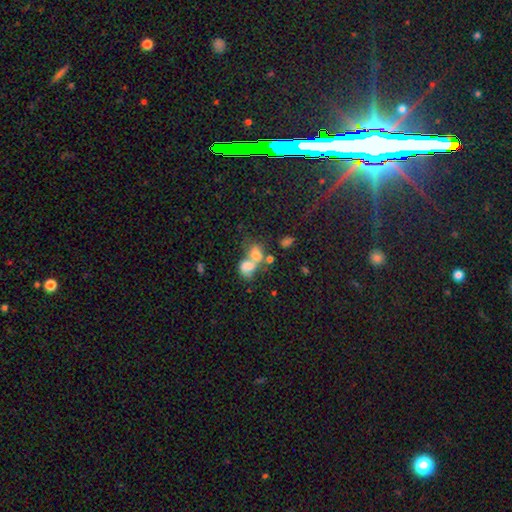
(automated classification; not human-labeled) This appears to be a smooth galaxy with no disk features (66%) that is in between round and cigar-shaped (62%). Merging: merger (70%).